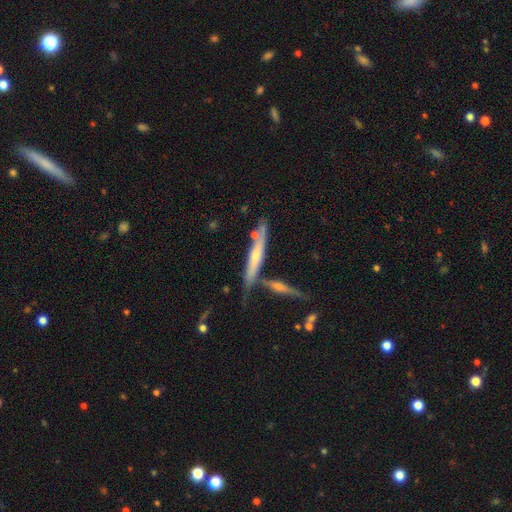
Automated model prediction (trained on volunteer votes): This appears to be a featured or disk galaxy (58%) viewed edge-on (90%) with a rounded central bulge (62%). Merging: none (60%).